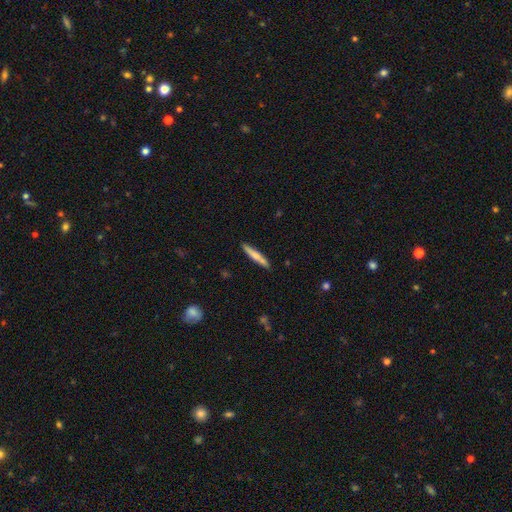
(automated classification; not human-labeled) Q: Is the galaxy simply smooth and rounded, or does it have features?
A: smooth — 63%.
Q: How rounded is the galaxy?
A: cigar-shaped — 94%.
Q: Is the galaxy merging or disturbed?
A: none — 85%.